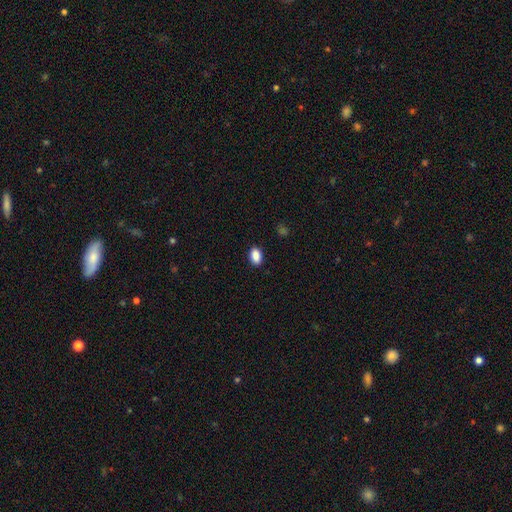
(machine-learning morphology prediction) Overall: smooth (89%). How rounded: in between (88%). Merging: none (89%).